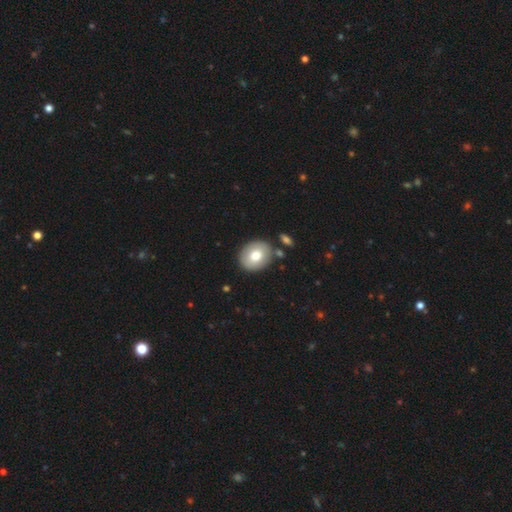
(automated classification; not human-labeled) Smooth or featured? Predicted: smooth (p=0.73). How rounded? Predicted: round (p=0.51). Merging? Predicted: none (p=0.82).